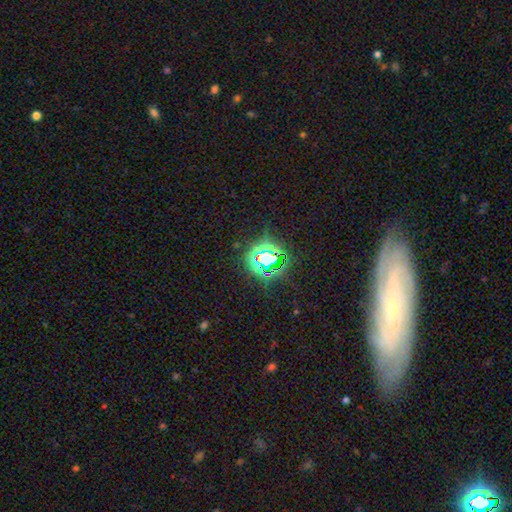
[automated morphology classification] Q: Smooth or featured?
A: star or artifact (76%); runner-up: smooth (16%)